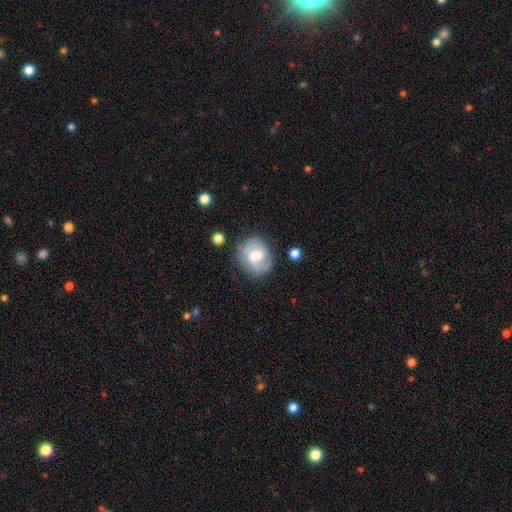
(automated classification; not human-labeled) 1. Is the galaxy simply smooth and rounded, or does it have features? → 56% featured or disk, 37% smooth, 7% star or artifact.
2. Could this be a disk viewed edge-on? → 97% no, 3% yes.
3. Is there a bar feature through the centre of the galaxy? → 49% weak, 38% no, 13% strong.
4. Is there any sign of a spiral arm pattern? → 77% yes, 23% no.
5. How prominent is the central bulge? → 58% moderate, 25% large, 12% small, 3% none, 2% dominant.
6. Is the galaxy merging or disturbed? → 72% none, 18% minor disturbance, 7% major disturbance, 3% merger.